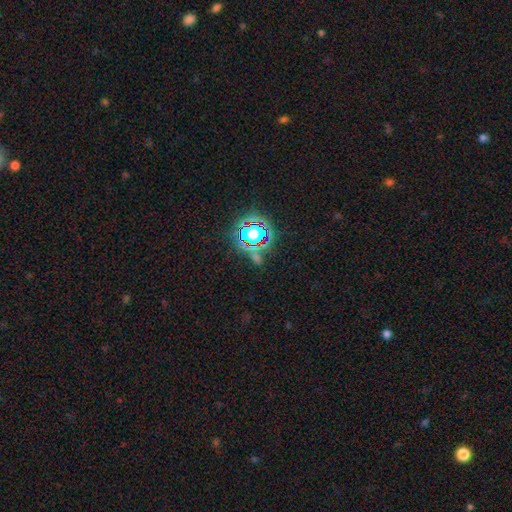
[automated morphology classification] This appears to be a star or artifact, not a galaxy (74%).